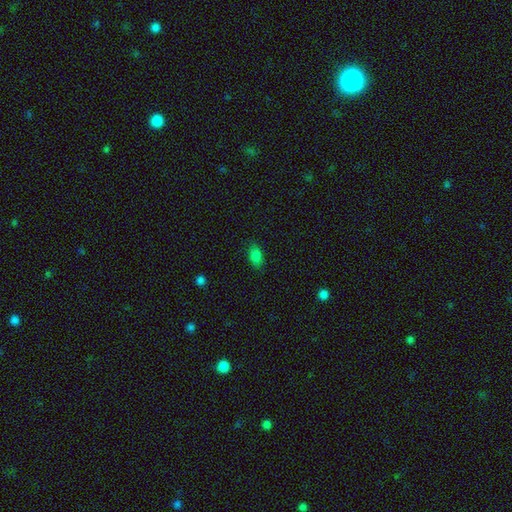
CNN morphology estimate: smooth 83%, star or artifact 12%, featured or disk 5%. Down the decision tree: how rounded — in between (90%); merging — none (84%).